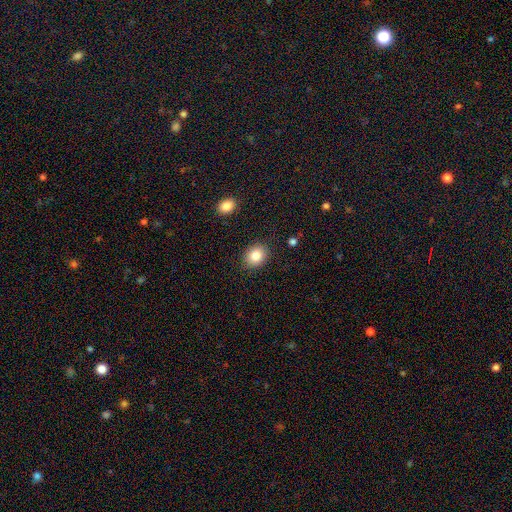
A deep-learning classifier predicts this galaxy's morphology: This appears to be a smooth galaxy with no disk features (85%) that is round (51%). Merging: none (87%).